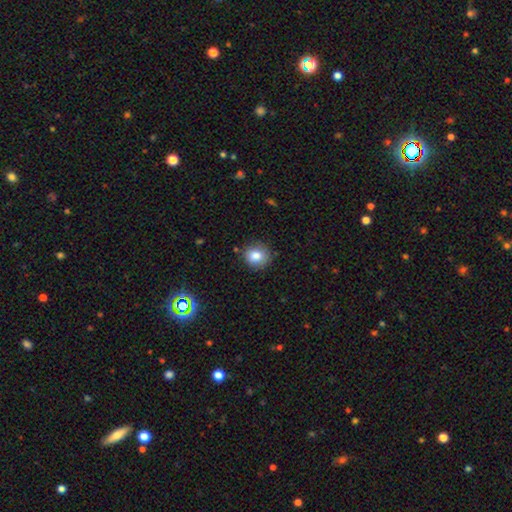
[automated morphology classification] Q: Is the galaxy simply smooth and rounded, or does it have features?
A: smooth — 82%.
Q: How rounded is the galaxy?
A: round — 85%.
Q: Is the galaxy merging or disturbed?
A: none — 82%.